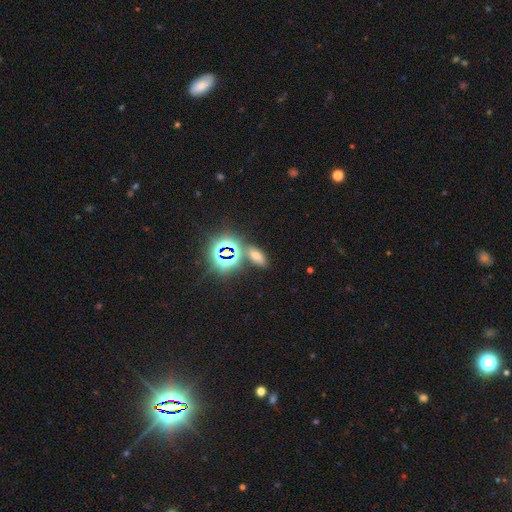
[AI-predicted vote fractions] A smooth galaxy with no disk features (50%).

Vote fractions:
- Smooth or featured? smooth: 50% / star or artifact: 40% / featured or disk: 11%
- Merging? none: 76% / minor disturbance: 10% / merger: 10% / major disturbance: 4%